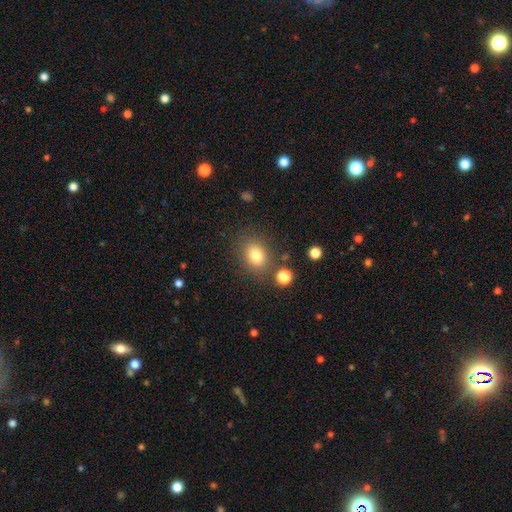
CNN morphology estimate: This appears to be a smooth galaxy with no disk features (79%) that is round (50%). Merging: none (79%).